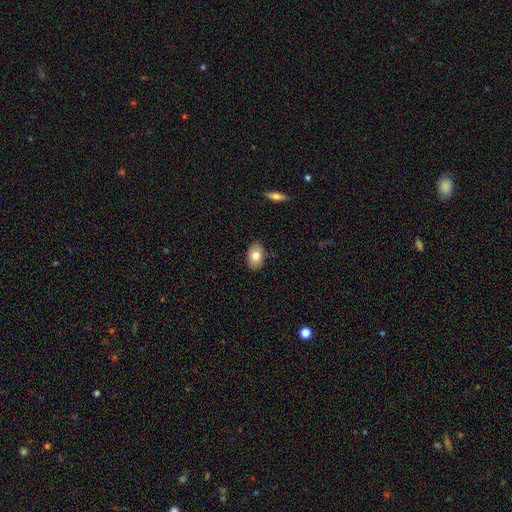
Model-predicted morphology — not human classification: Overall: smooth (78%). How rounded: in between (88%). Merging: none (86%).